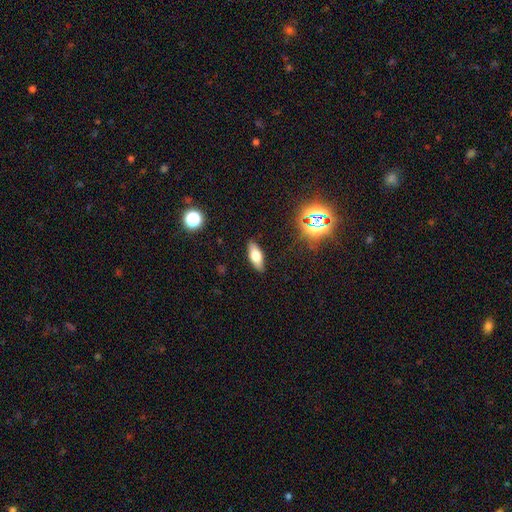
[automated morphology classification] Smooth or featured? smooth (64%)
How rounded? in between (72%)
Merging? none (88%)